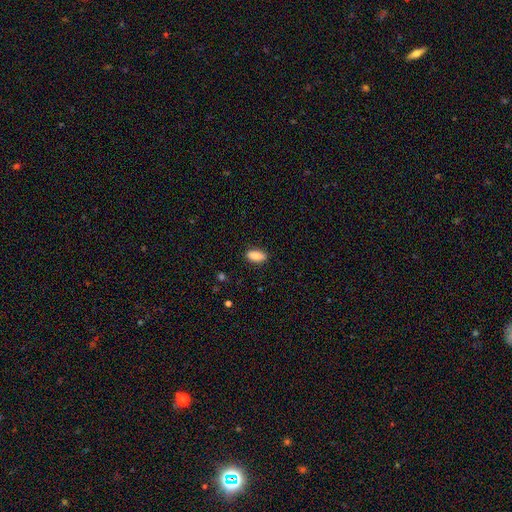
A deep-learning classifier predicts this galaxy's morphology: Smooth or featured? Predicted: smooth (p=0.83). How rounded? Predicted: in between (p=0.86). Merging? Predicted: none (p=0.87).